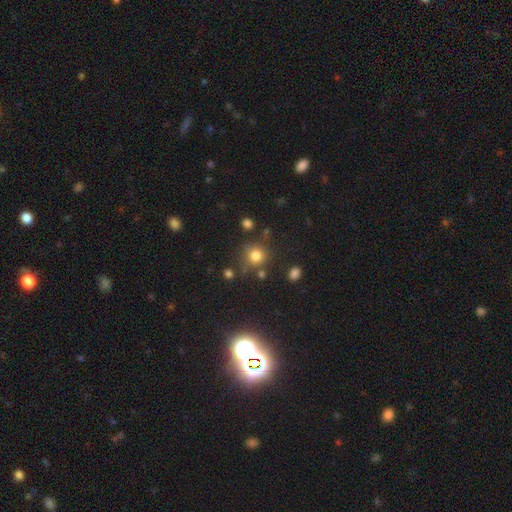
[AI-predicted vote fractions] Smooth or featured? Predicted: smooth (p=0.78). How rounded? Predicted: round (p=0.90). Merging? Predicted: none (p=0.74).